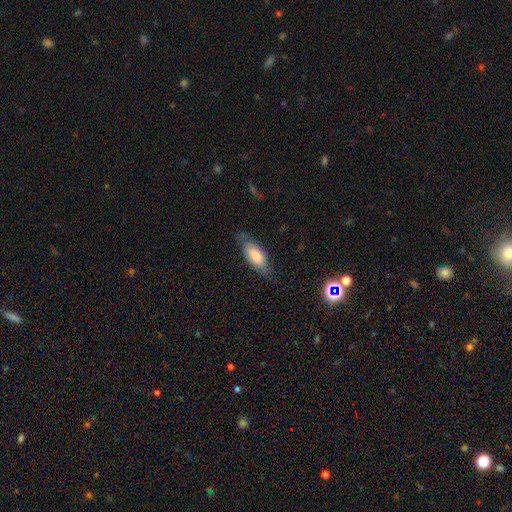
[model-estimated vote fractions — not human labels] A smooth galaxy with no disk features (72%) that is in between round and cigar-shaped (75%). Merging: none (71%).